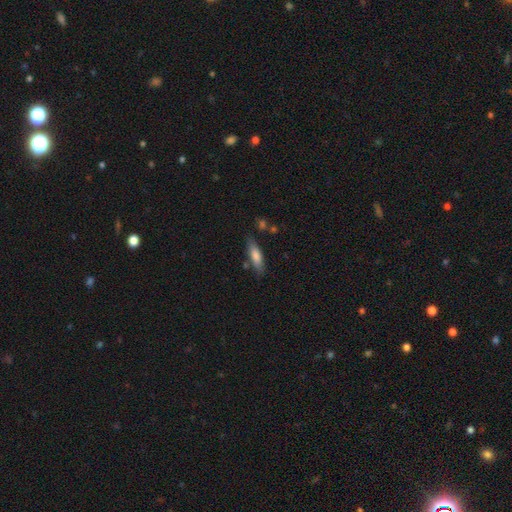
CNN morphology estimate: type=smooth (76%); roundness=cigar-shaped (55%); merging=none (76%).